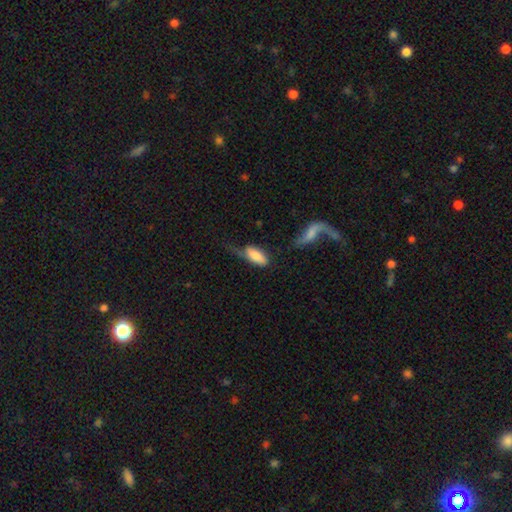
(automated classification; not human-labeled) smooth-or-featured: smooth: 77% | featured or disk: 17% | star or artifact: 6%
  how-rounded: in between: 85% | cigar-shaped: 13% | round: 2%
  merging: major disturbance: 34% | minor disturbance: 30% | none: 27% | merger: 9%